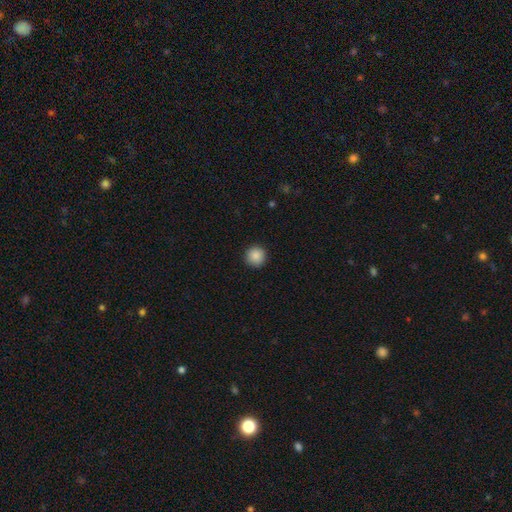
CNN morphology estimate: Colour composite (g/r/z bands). It shows a smooth galaxy with no disk features (88%) that is round (95%). Merging: none (91%).